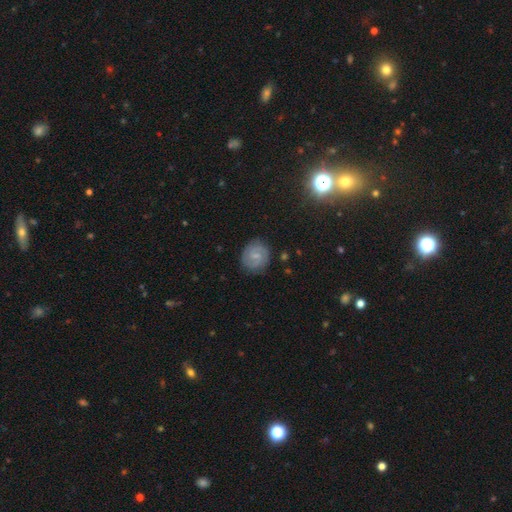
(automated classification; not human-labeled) Q: Smooth or featured?
A: featured or disk (70%); runner-up: smooth (23%)
Q: Edge-on disk?
A: no (98%); runner-up: yes (2%)
Q: Bar?
A: weak (52%); runner-up: no (38%)
Q: Spiral arms?
A: yes (94%); runner-up: no (6%)
Q: Spiral winding?
A: tight (51%); runner-up: medium (40%)
Q: Spiral arm count?
A: 2 (78%); runner-up: can't tell (10%)
Q: Bulge size?
A: small (60%); runner-up: moderate (19%)
Q: Merging?
A: none (84%); runner-up: minor disturbance (12%)